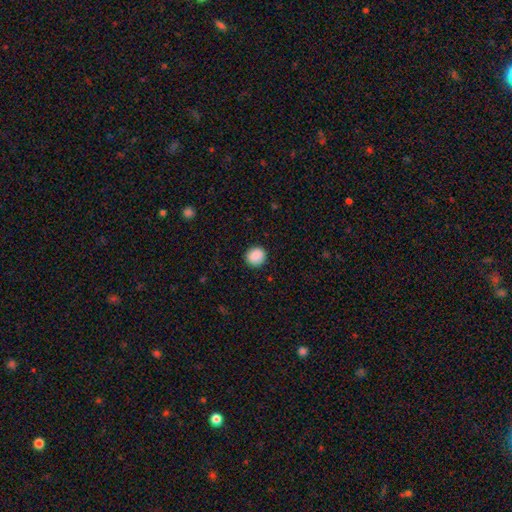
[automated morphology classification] smooth 89%, star or artifact 8%, featured or disk 3%. Down the decision tree: how rounded — round (87%); merging — none (91%).